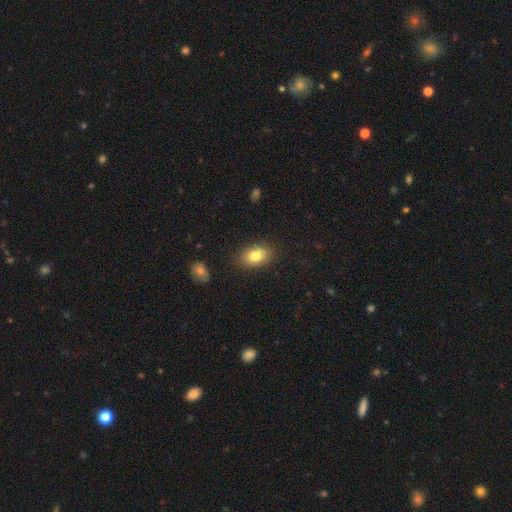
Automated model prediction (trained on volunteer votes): Q: Smooth or featured?
A: smooth (82%); runner-up: featured or disk (10%)
Q: How rounded?
A: in between (86%); runner-up: round (13%)
Q: Merging?
A: none (85%); runner-up: minor disturbance (11%)